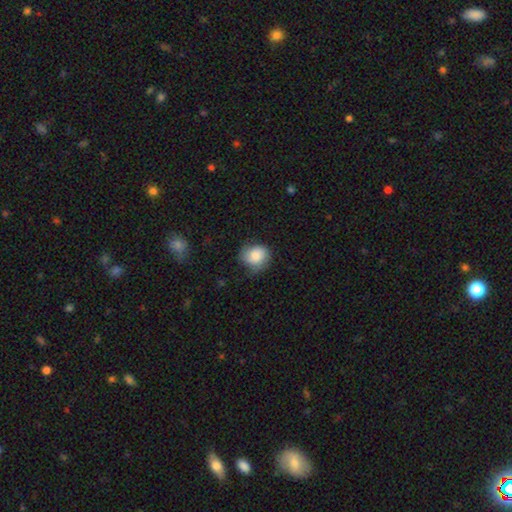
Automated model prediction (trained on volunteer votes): smooth_or_featured: smooth (p=0.78) [alt: featured or disk p=0.15]
how_rounded: round (p=0.75) [alt: in between p=0.25]
merging: none (p=0.56) [alt: minor disturbance p=0.32]